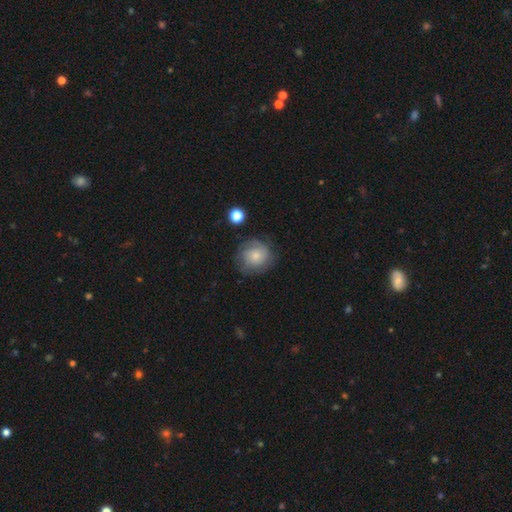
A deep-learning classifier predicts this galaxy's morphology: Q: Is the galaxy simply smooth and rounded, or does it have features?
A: smooth — 51%.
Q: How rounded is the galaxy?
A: round — 87%.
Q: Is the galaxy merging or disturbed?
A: none — 73%.